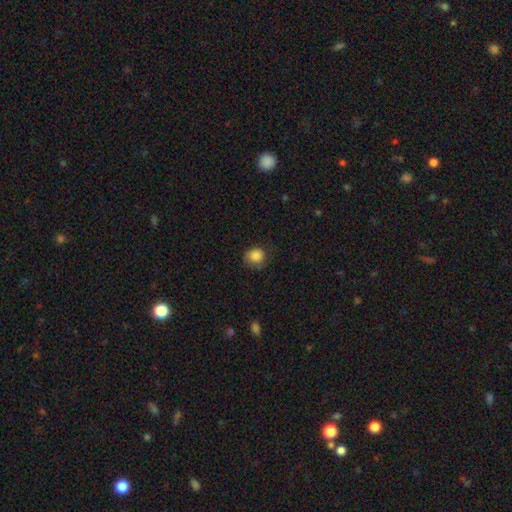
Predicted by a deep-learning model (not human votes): Overall: smooth (86%). How rounded: round (78%). Merging: none (70%).